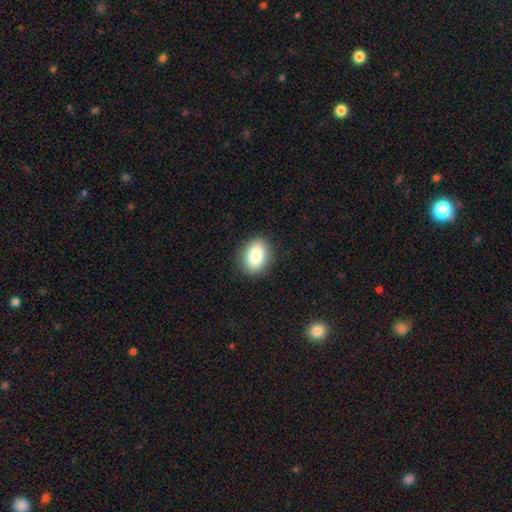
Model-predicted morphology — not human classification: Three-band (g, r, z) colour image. It shows a smooth galaxy with no disk features (83%) that is in between round and cigar-shaped (76%). Merging: none (89%).